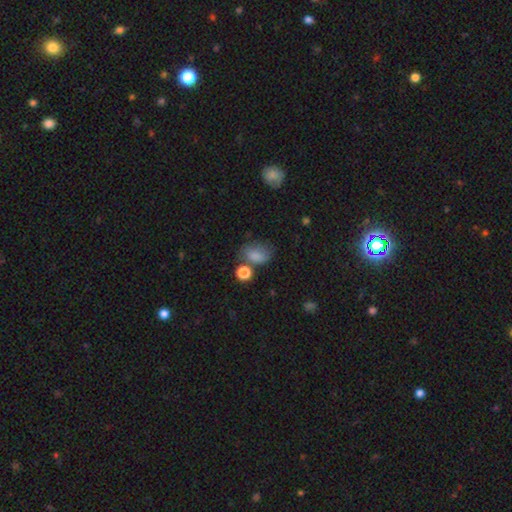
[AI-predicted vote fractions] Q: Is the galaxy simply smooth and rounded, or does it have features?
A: smooth — 80%.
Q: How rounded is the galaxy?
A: in between — 79%.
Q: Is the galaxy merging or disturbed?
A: none — 51%.